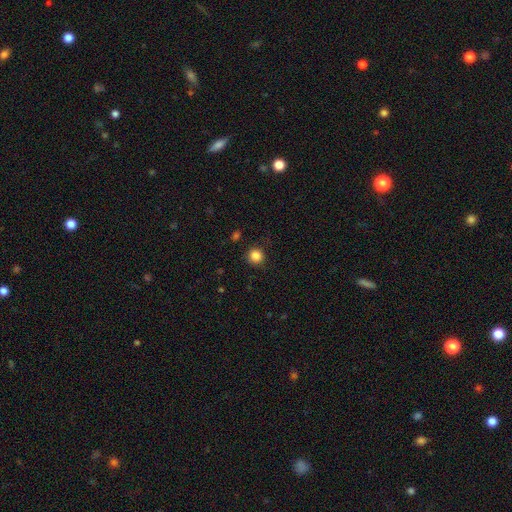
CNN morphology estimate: Smooth or featured: smooth — 85% (star or artifact — 11%)
How rounded: round — 94% (in between — 5%)
Merging: none — 89% (minor disturbance — 8%)